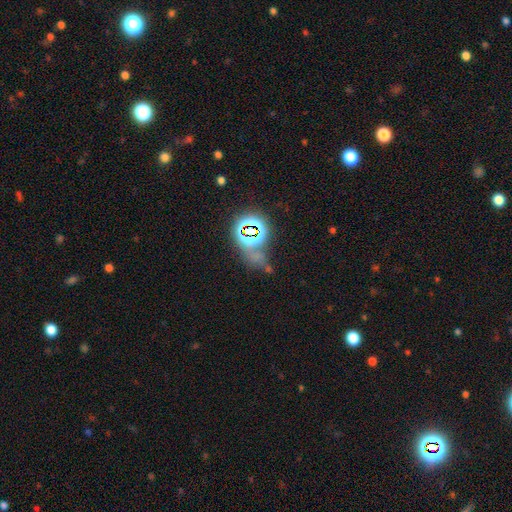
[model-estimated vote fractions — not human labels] smooth-or-featured: star or artifact: 59% | smooth: 31% | featured or disk: 10%